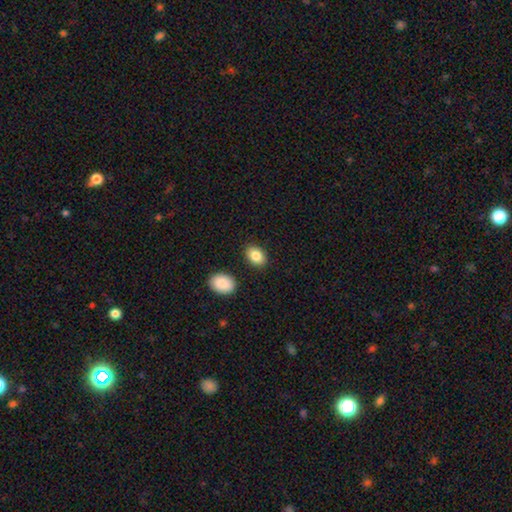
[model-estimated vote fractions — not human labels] Morphology: type=smooth (85%); roundness=in between (82%); merging=none (85%).